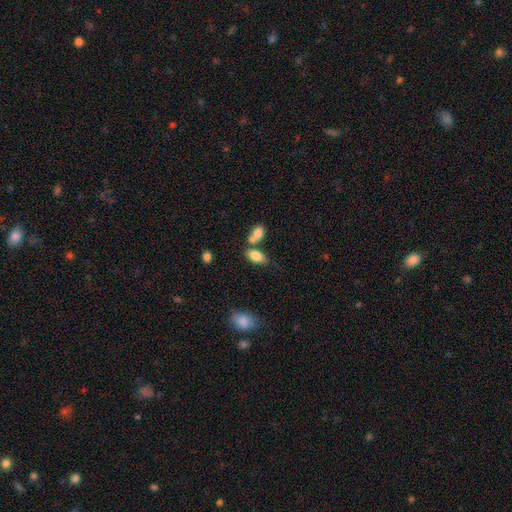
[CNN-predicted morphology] Overall: smooth (81%). How rounded: in between (91%). Merging: none (47%; merger 35%).